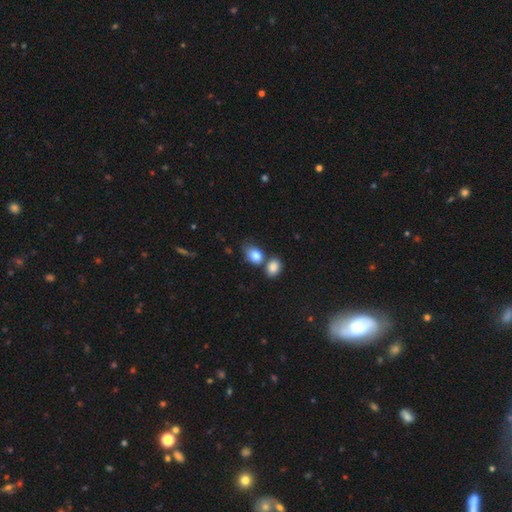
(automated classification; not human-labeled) Smooth or featured?
  - smooth: 85% *
  - star or artifact: 8%
  - featured or disk: 7%
How rounded?
  - in between: 69% *
  - round: 30%
  - cigar-shaped: 1%
Merging?
  - none: 40% *
  - merger: 39%
  - minor disturbance: 15%
  - major disturbance: 5%